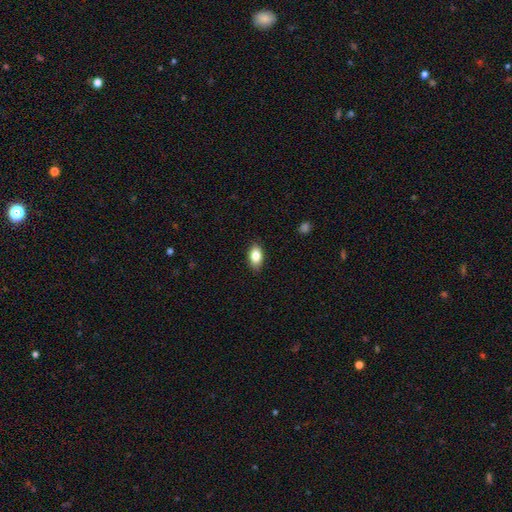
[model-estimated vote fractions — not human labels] Smooth or featured?
  - smooth: 85% *
  - featured or disk: 8%
  - star or artifact: 7%
How rounded?
  - in between: 91% *
  - round: 7%
  - cigar-shaped: 3%
Merging?
  - none: 87% *
  - minor disturbance: 10%
  - major disturbance: 2%
  - merger: 1%